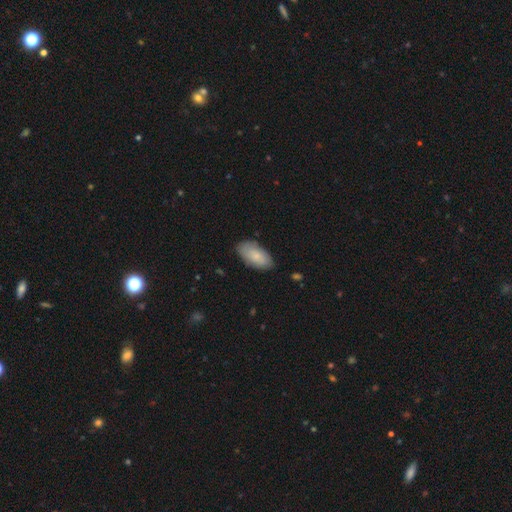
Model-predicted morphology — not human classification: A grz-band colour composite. It shows a smooth galaxy with no disk features (78%) that is in between round and cigar-shaped (94%). Merging: none (78%).